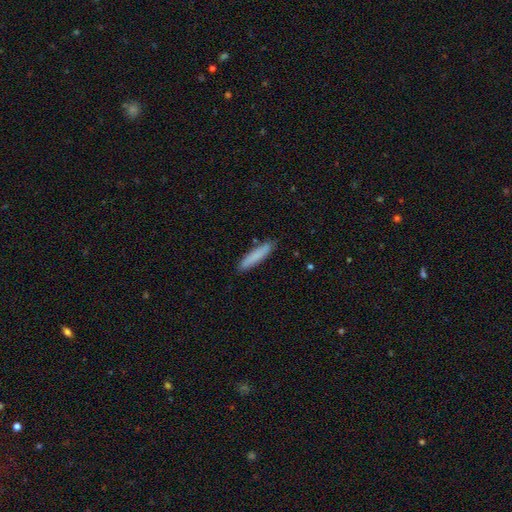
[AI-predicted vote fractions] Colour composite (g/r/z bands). It shows a smooth galaxy with no disk features (81%) that is cigar-shaped (89%). Merging: none (87%).